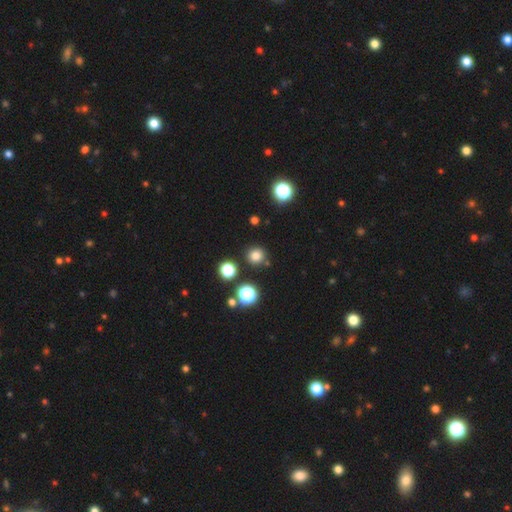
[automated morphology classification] Smooth or featured? smooth (77%)
How rounded? round (94%)
Merging? none (86%)